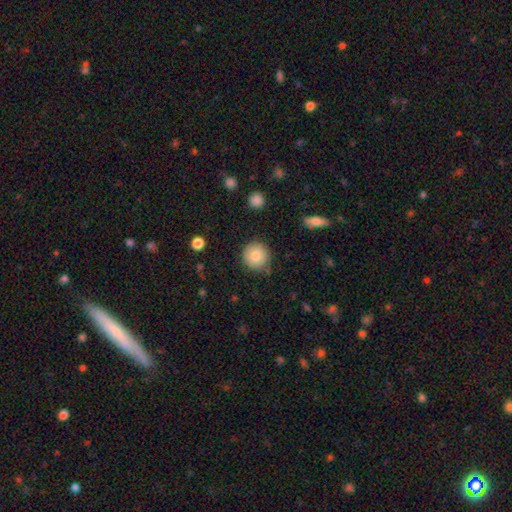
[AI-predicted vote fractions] The model was most divided on "merging": none: 83%, minor disturbance: 12%, major disturbance: 3%, merger: 2%. More confident: how rounded — round (93%); smooth or featured — smooth (82%).